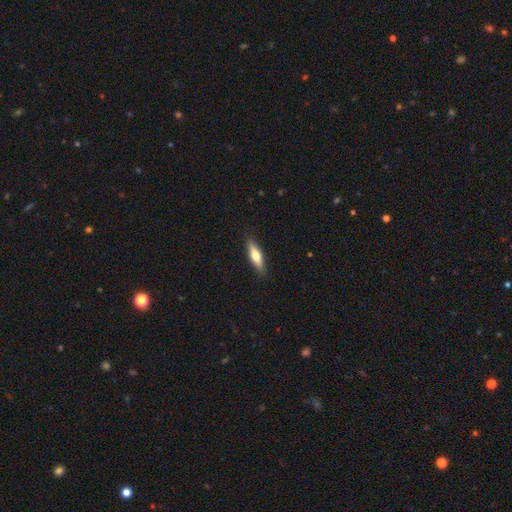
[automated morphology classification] This is possibly a smooth galaxy (59%). How rounded: likely cigar-shaped (62%). Merging: clearly none (88%).